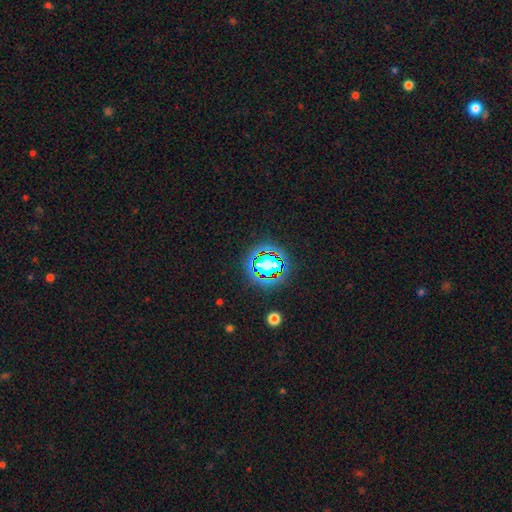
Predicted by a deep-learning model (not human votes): star or artifact 83%, smooth 11%, featured or disk 7%.